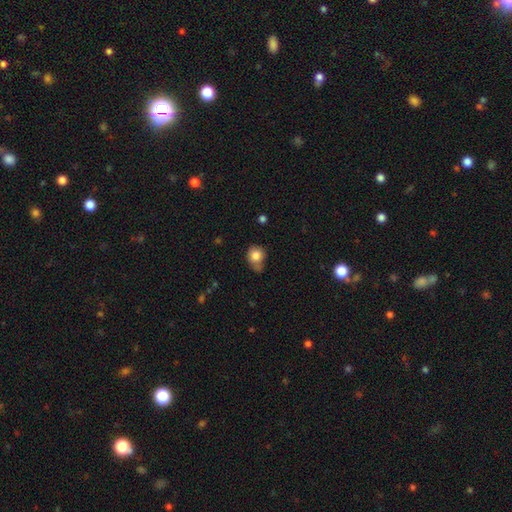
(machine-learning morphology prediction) This is clearly a smooth galaxy (81%). How rounded: likely round (67%). Merging: possibly none (47%).